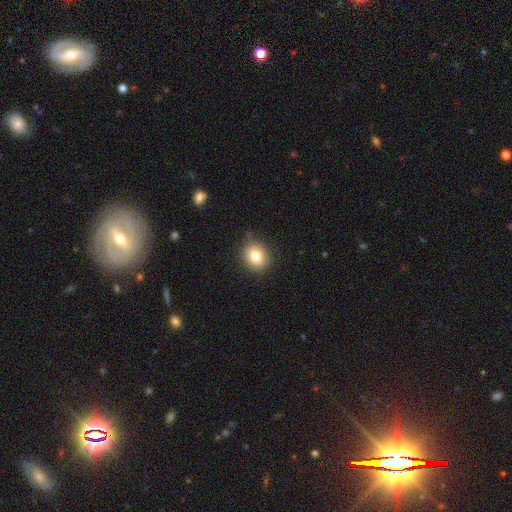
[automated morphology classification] smooth_or_featured: smooth (p=0.82) [alt: star or artifact p=0.10]
how_rounded: round (p=0.72) [alt: in between p=0.27]
merging: none (p=0.82) [alt: minor disturbance p=0.14]